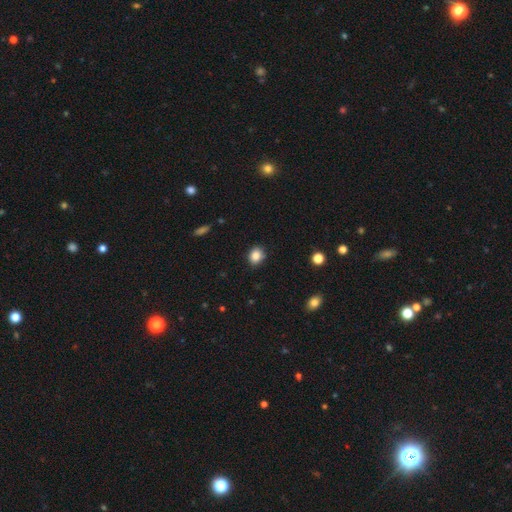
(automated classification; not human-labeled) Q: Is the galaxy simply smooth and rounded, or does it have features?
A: smooth — 85%.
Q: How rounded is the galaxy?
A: round — 60%.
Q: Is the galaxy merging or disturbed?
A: none — 85%.